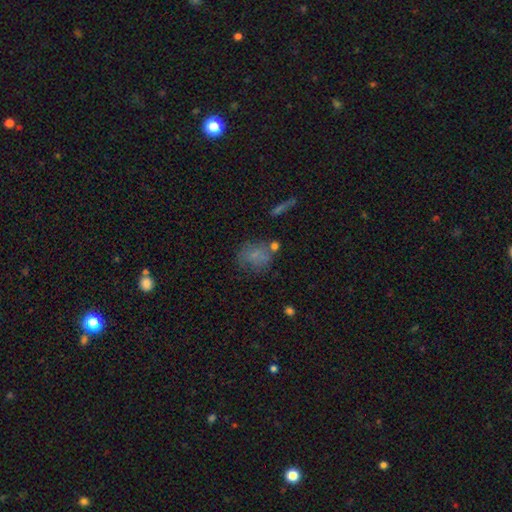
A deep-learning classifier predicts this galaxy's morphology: This is likely a smooth galaxy (67%). How rounded: possibly round (58%). Merging: possibly none (51%).